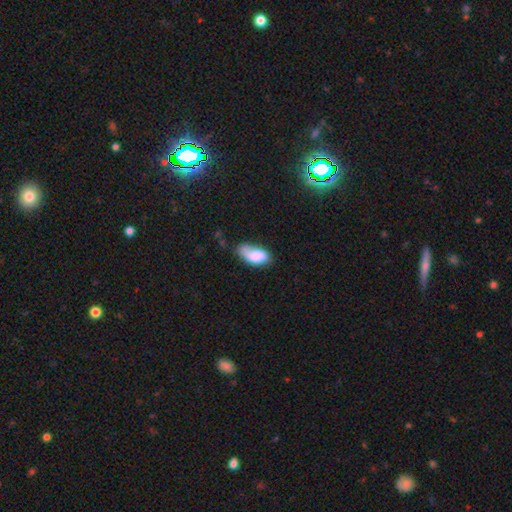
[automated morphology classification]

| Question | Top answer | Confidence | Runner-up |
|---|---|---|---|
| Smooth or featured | smooth | 78% | featured or disk (14%) |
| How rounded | in between | 91% | cigar-shaped (6%) |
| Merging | none | 40% | minor disturbance (37%) |